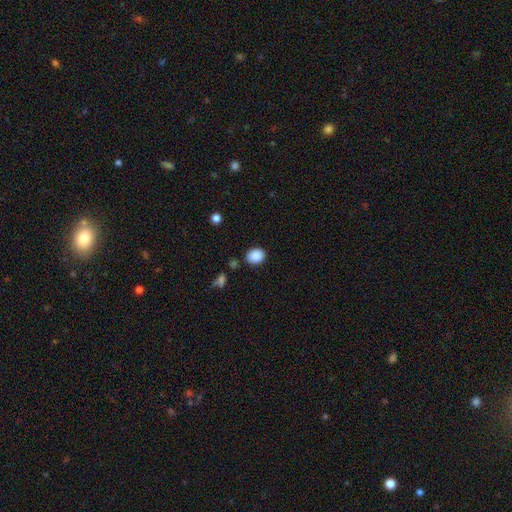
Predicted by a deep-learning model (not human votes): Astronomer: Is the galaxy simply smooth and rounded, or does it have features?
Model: smooth — 89%.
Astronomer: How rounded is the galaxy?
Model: round — 53% (runner-up: in between, 46%).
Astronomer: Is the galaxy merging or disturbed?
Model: none — 84%.